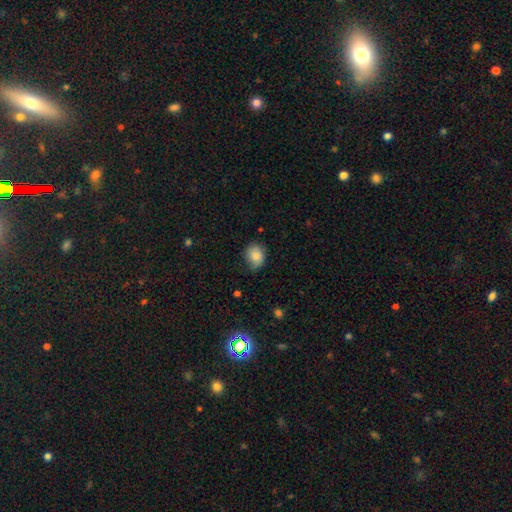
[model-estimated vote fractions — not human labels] Smooth or featured? smooth (84%)
How rounded? round (56%)
Merging? none (65%)